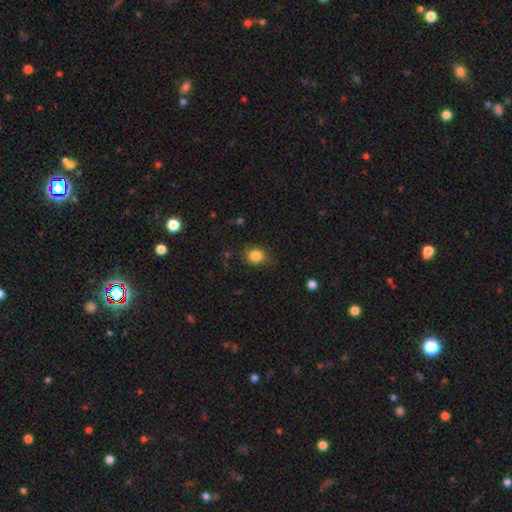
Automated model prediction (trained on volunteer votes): A smooth galaxy with no disk features (84%) that is round (64%).

Vote fractions:
- Smooth or featured? smooth: 84% / star or artifact: 11% / featured or disk: 6%
- How rounded? round: 64% / in between: 35% / cigar-shaped: 1%
- Merging? none: 76% / minor disturbance: 18% / major disturbance: 4% / merger: 2%